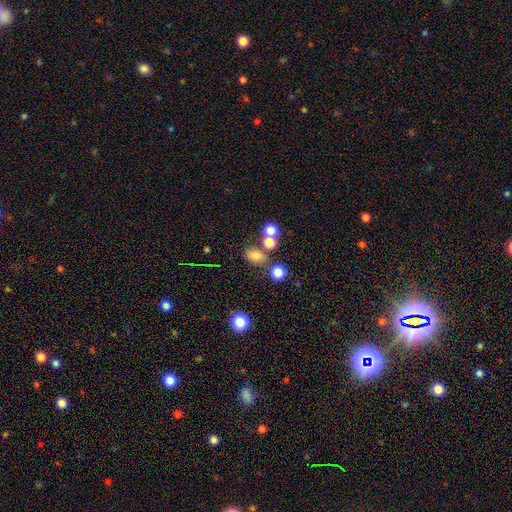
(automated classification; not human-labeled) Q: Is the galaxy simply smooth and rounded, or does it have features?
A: smooth — 71%.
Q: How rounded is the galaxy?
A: in between — 58%.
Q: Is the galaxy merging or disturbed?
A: none — 60%.